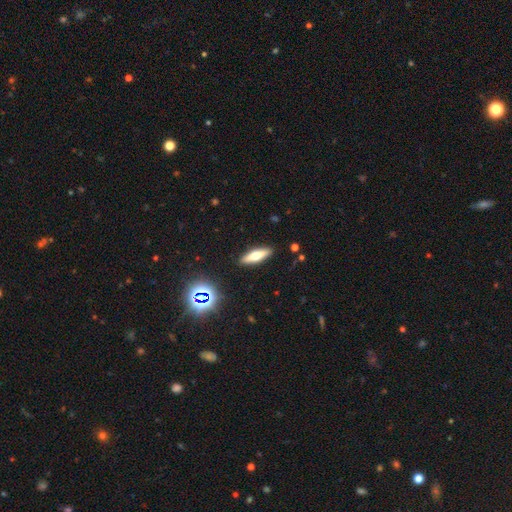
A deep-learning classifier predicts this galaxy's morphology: smooth_or_featured: smooth (p=0.55) [alt: featured or disk p=0.36]
how_rounded: cigar-shaped (p=0.58) [alt: in between p=0.39]
merging: none (p=0.90) [alt: minor disturbance p=0.07]